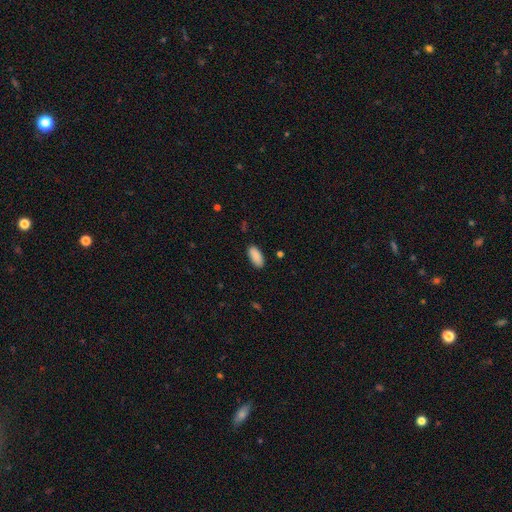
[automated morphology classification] A smooth galaxy with no disk features (90%) that is in between round and cigar-shaped (89%). Merging: none (88%).